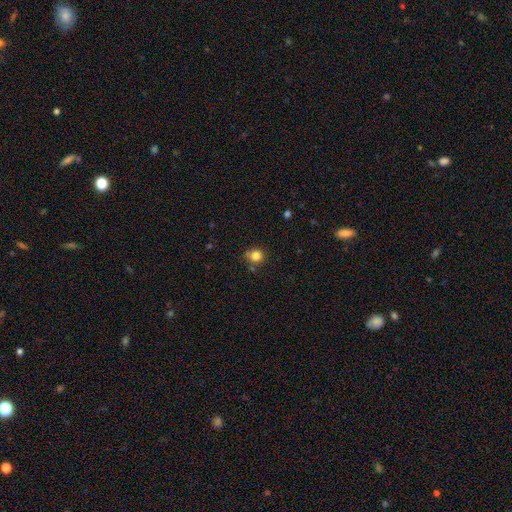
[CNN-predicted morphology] smooth-or-featured: smooth: 82% | star or artifact: 12% | featured or disk: 6%
  how-rounded: round: 87% | in between: 12% | cigar-shaped: 1%
  merging: none: 73% | minor disturbance: 19% | merger: 5% | major disturbance: 4%